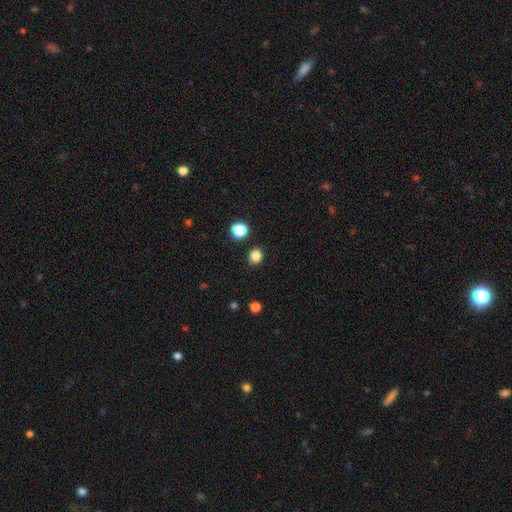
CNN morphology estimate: smooth_or_featured: smooth (p=0.83) [alt: star or artifact p=0.13]
how_rounded: round (p=0.58) [alt: in between p=0.41]
merging: none (p=0.87) [alt: minor disturbance p=0.07]